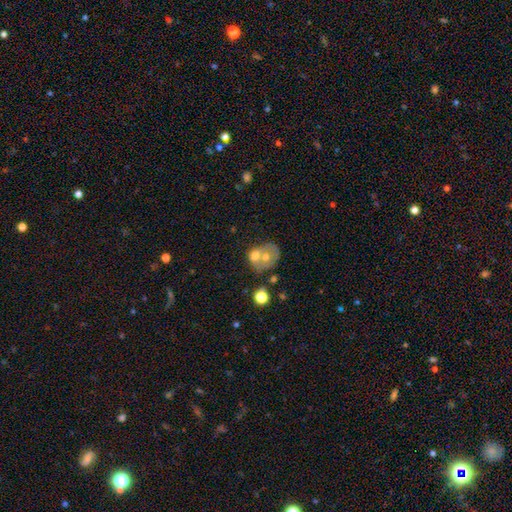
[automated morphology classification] Smooth or featured? smooth (55%)
How rounded? round (52%)
Merging? merger (62%)